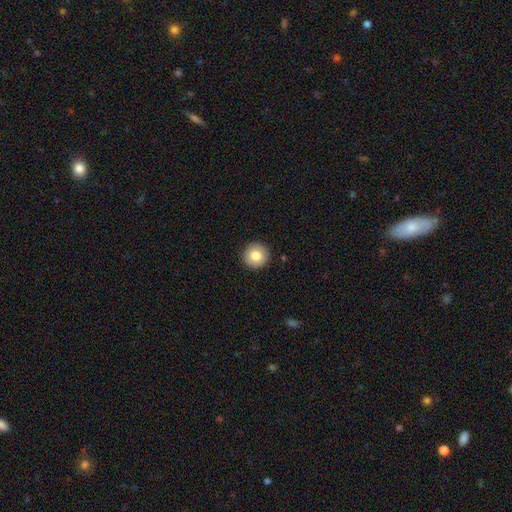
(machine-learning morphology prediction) Q: Smooth or featured?
A: smooth (82%); runner-up: featured or disk (10%)
Q: How rounded?
A: round (96%); runner-up: in between (3%)
Q: Merging?
A: none (92%); runner-up: minor disturbance (5%)